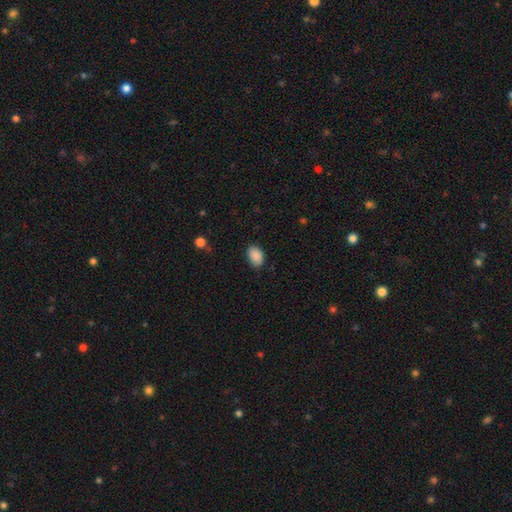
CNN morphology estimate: The model was most divided on "merging": none: 82%, minor disturbance: 14%, major disturbance: 3%, merger: 1%. More confident: smooth or featured — smooth (89%); how rounded — in between (86%).